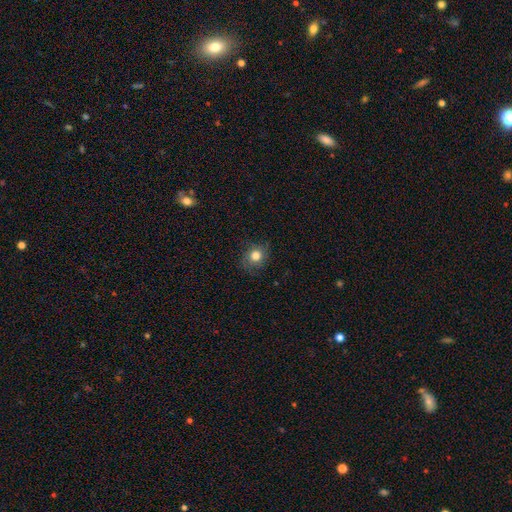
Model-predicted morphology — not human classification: The model was most divided on "how rounded": round: 80%, in between: 19%, cigar-shaped: 1%. More confident: merging — none (80%); smooth or featured — smooth (79%).